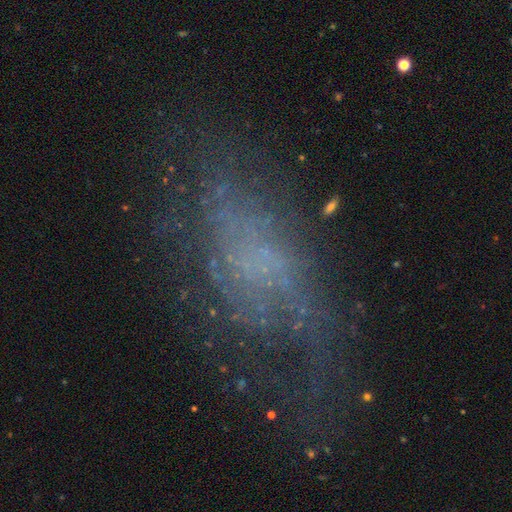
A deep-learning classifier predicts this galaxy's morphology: Overall: featured or disk (57%; smooth 26%). Edge-on disk: no (89%). Bar: no (79%). Spiral arms: yes (54%; no 46%). Bulge size: none (66%). Merging: none (53%; major disturbance 24%).